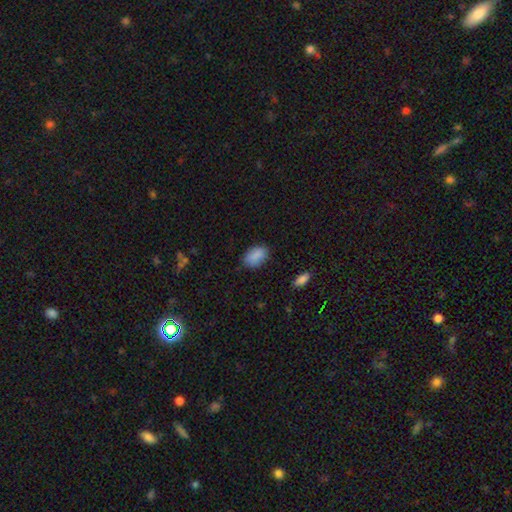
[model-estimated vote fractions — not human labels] Smooth or featured?
  - smooth: 87% *
  - star or artifact: 8%
  - featured or disk: 5%
How rounded?
  - in between: 89% *
  - round: 9%
  - cigar-shaped: 2%
Merging?
  - none: 78% *
  - minor disturbance: 18%
  - major disturbance: 3%
  - merger: 2%